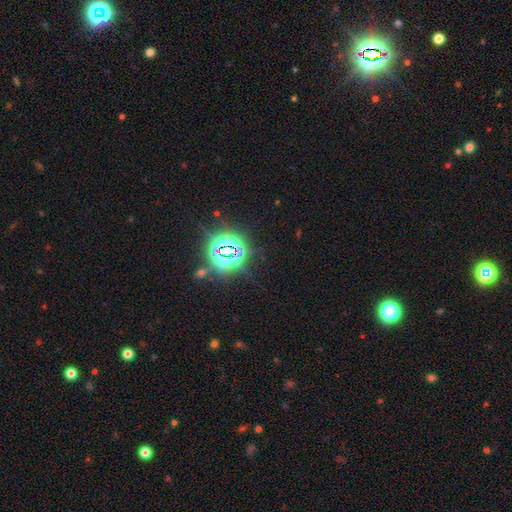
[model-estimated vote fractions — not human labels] Morphology: type=star or artifact (82%).